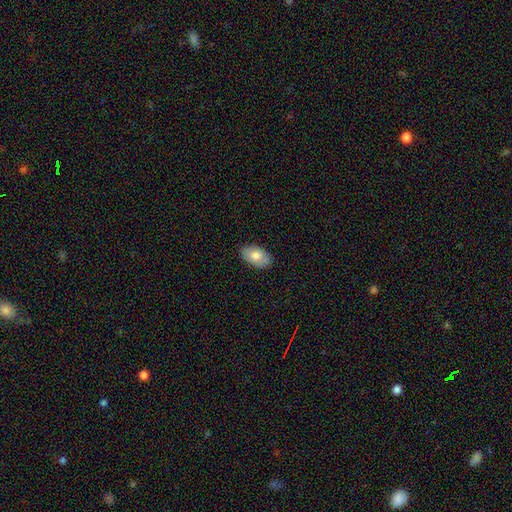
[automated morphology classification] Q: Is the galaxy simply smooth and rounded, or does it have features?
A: smooth — 78%.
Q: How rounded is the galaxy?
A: in between — 93%.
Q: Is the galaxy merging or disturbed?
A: none — 87%.